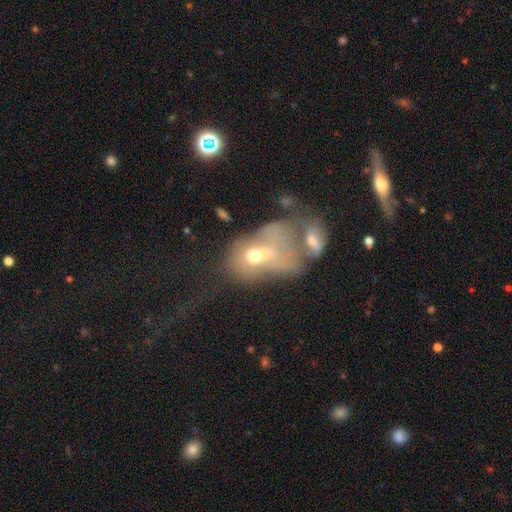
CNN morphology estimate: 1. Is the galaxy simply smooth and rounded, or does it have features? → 46% smooth, 42% featured or disk, 13% star or artifact.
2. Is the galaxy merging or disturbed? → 66% merger, 20% major disturbance, 8% none, 6% minor disturbance.